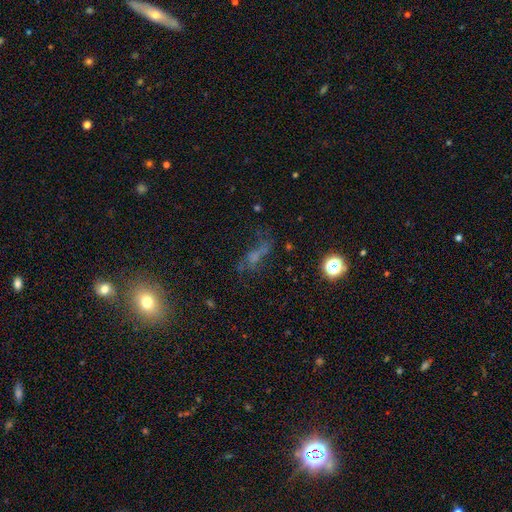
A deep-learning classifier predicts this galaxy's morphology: A featured or disk galaxy (35%).

Vote fractions:
- Smooth or featured? featured or disk: 35% / star or artifact: 33% / smooth: 31%
- Merging? none: 45% / major disturbance: 29% / minor disturbance: 18% / merger: 8%